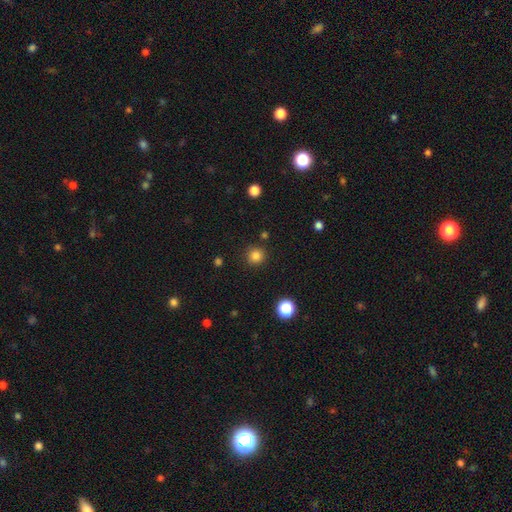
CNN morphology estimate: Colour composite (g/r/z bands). It shows a smooth galaxy with no disk features (84%) that is round (93%). Merging: none (89%).